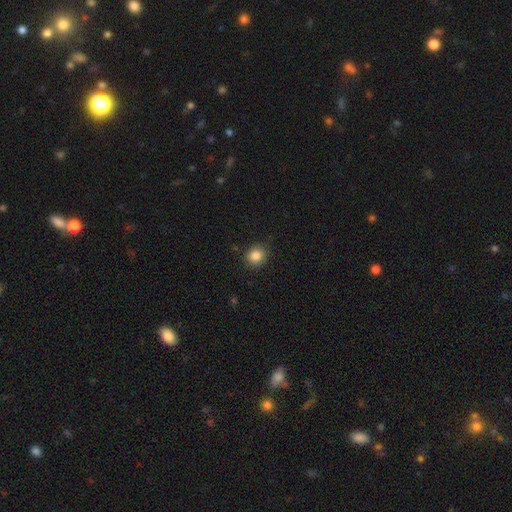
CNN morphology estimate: This is clearly a smooth galaxy (86%). How rounded: likely round (77%). Merging: clearly none (85%).